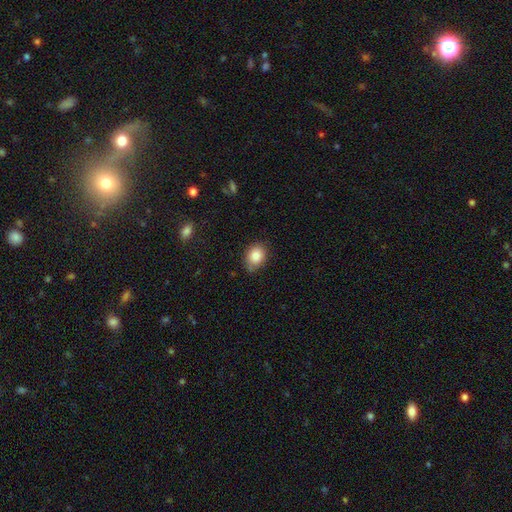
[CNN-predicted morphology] Smooth or featured: smooth — 86% (star or artifact — 9%)
How rounded: in between — 55% (round — 44%)
Merging: none — 74% (minor disturbance — 20%)